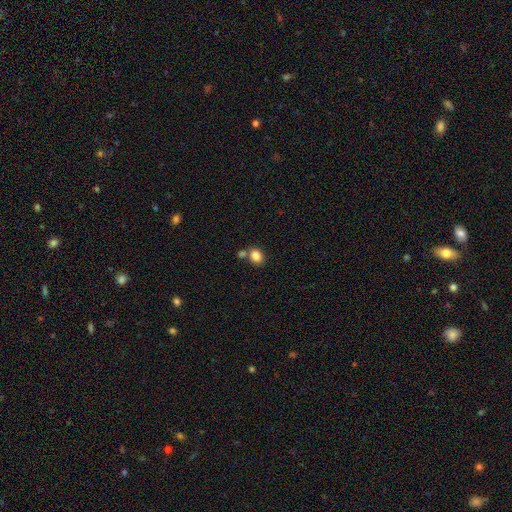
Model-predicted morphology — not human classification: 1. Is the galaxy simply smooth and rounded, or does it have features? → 85% smooth, 10% star or artifact, 6% featured or disk.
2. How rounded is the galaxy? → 63% in between, 36% round, 1% cigar-shaped.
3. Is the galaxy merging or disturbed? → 57% none, 29% merger, 11% minor disturbance, 4% major disturbance.